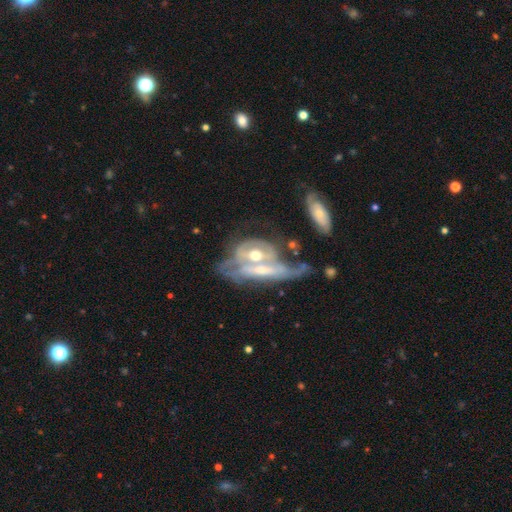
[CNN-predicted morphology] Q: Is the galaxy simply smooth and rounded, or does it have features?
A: featured or disk — 72%.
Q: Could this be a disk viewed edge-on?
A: no — 84%.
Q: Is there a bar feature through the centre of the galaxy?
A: no — 56%.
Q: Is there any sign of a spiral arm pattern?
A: yes — 57%.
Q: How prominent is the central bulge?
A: moderate — 66%.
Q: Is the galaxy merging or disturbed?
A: merger — 63%.